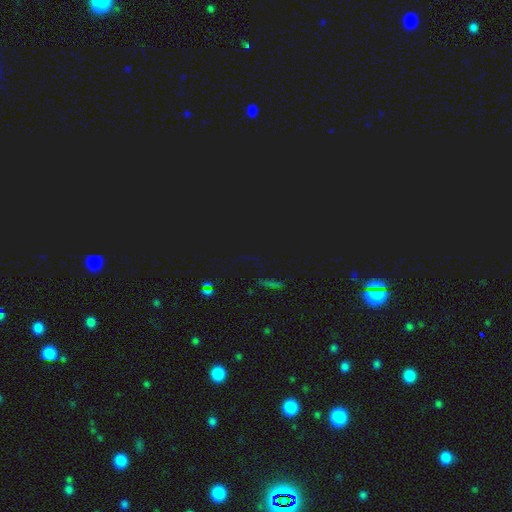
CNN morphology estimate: A star or artifact, not a galaxy (74%).